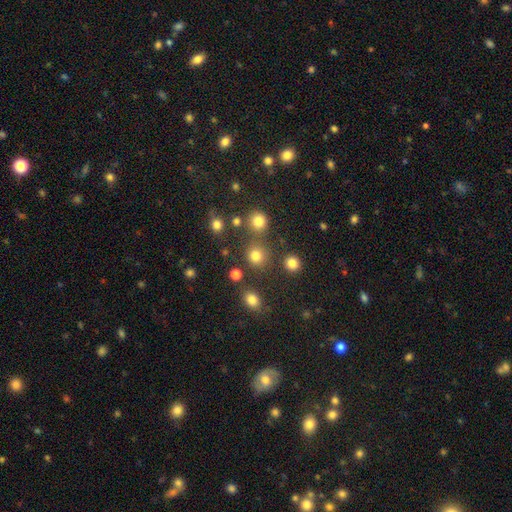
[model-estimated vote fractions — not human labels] A smooth galaxy with no disk features (78%) that is round (89%).

Vote fractions:
- Smooth or featured? smooth: 78% / star or artifact: 16% / featured or disk: 6%
- How rounded? round: 89% / in between: 10% / cigar-shaped: 1%
- Merging? none: 77% / merger: 11% / minor disturbance: 8% / major disturbance: 4%